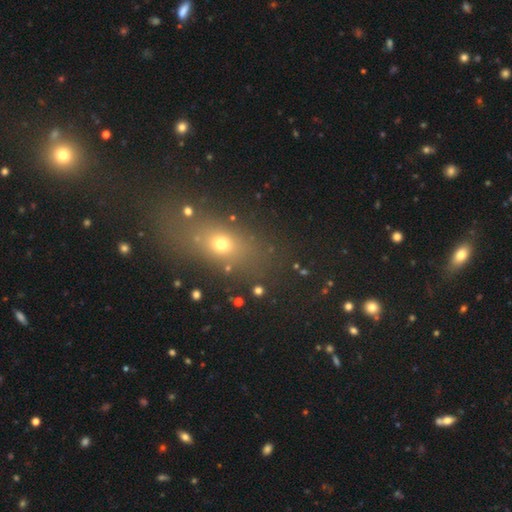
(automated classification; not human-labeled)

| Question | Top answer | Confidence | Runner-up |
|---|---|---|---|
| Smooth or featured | smooth | 54% | star or artifact (30%) |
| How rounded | in between | 59% | round (27%) |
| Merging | none | 75% | minor disturbance (12%) |